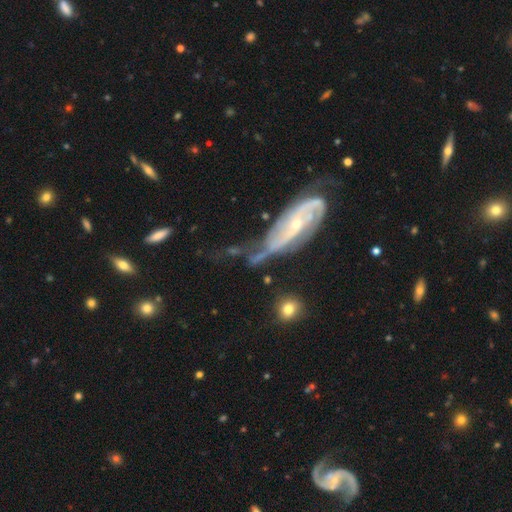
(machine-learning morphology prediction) smooth-or-featured: featured or disk: 65% | smooth: 21% | star or artifact: 14%
  disk-edge-on: no: 76% | yes: 24%
  merging: none: 41% | minor disturbance: 26% | major disturbance: 24% | merger: 9%